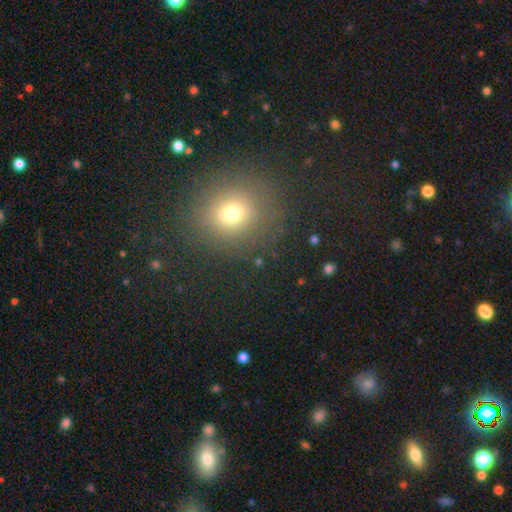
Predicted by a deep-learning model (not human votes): Morphology: type=smooth (67%); roundness=round (83%); merging=none (87%).